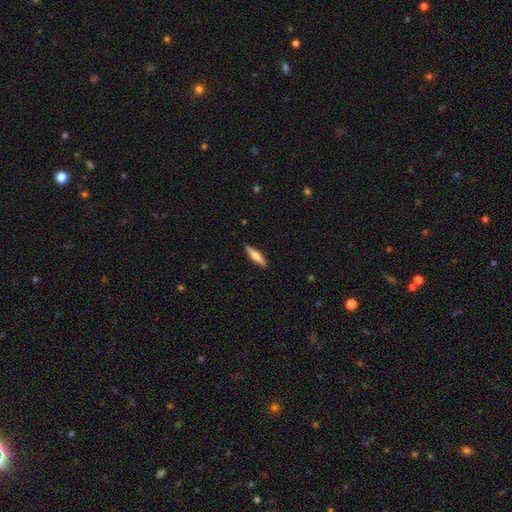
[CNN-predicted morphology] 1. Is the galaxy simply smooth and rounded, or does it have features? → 50% smooth, 44% featured or disk, 5% star or artifact.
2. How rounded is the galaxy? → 76% cigar-shaped, 22% in between, 2% round.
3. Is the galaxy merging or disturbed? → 90% none, 7% minor disturbance, 2% major disturbance, 1% merger.